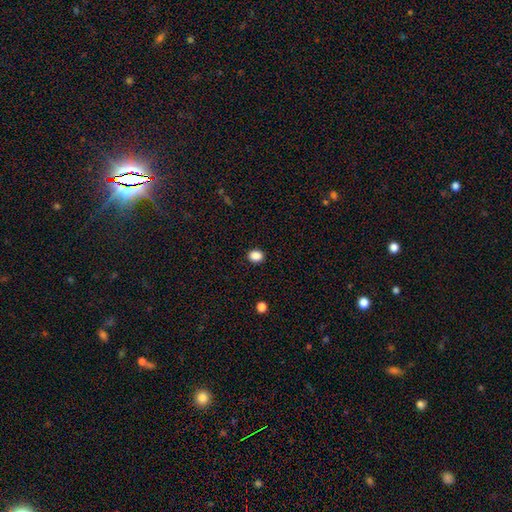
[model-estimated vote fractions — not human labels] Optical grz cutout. It shows a smooth galaxy with no disk features (88%) that is round (58%). Merging: none (90%).